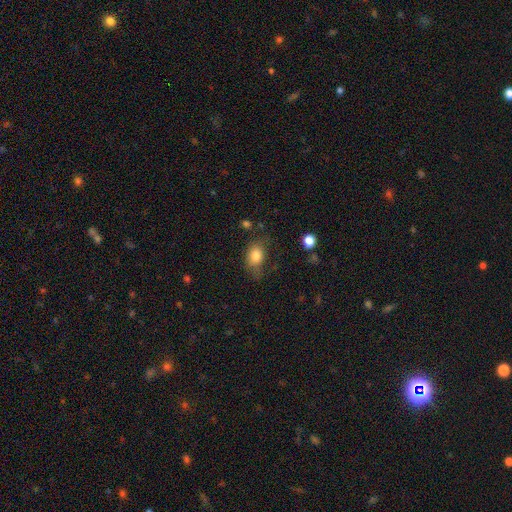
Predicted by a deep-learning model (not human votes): smooth_or_featured: smooth (p=0.81) [alt: featured or disk p=0.10]
how_rounded: in between (p=0.72) [alt: round p=0.27]
merging: none (p=0.55) [alt: minor disturbance p=0.29]